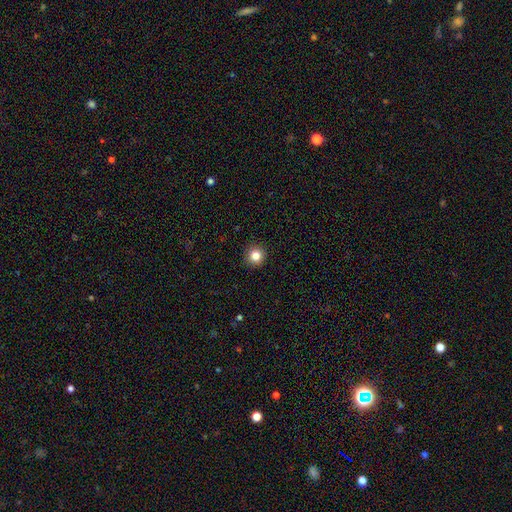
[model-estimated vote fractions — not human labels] Q: Smooth or featured?
A: smooth (83%); runner-up: star or artifact (12%)
Q: How rounded?
A: round (94%); runner-up: in between (5%)
Q: Merging?
A: none (93%); runner-up: minor disturbance (5%)